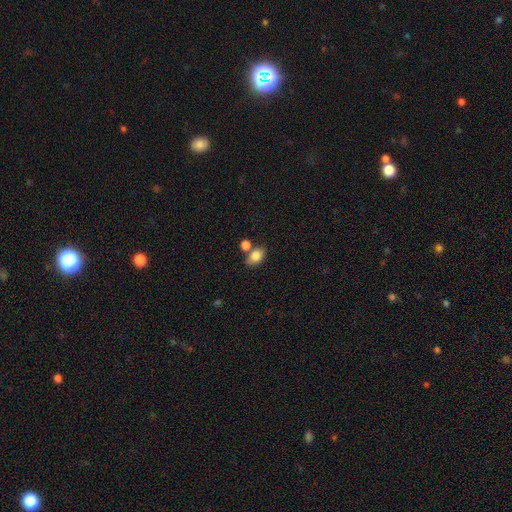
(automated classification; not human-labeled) A smooth galaxy with no disk features (81%) that is in between round and cigar-shaped (75%).

Vote fractions:
- Smooth or featured? smooth: 81% / featured or disk: 10% / star or artifact: 9%
- How rounded? in between: 75% / round: 24% / cigar-shaped: 2%
- Merging? none: 57% / merger: 24% / minor disturbance: 15% / major disturbance: 5%